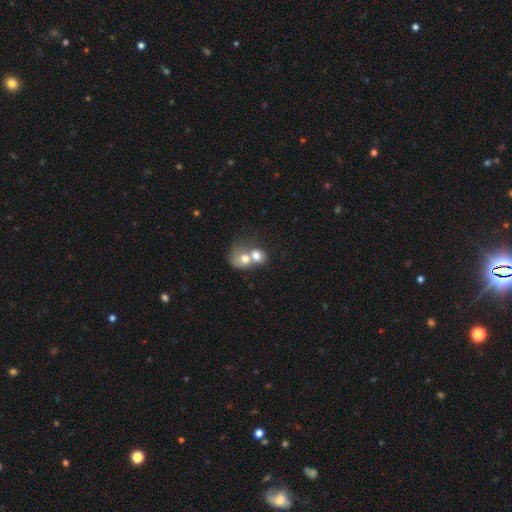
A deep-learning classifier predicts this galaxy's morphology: smooth_or_featured: smooth (p=0.66) [alt: featured or disk p=0.25]
how_rounded: round (p=0.53) [alt: in between p=0.46]
merging: merger (p=0.77) [alt: none p=0.13]